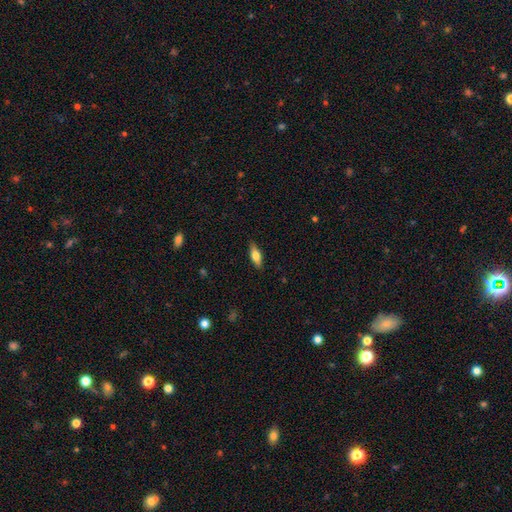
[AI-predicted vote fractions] Smooth or featured? Predicted: smooth (p=0.65). How rounded? Predicted: in between (p=0.63). Merging? Predicted: none (p=0.86).